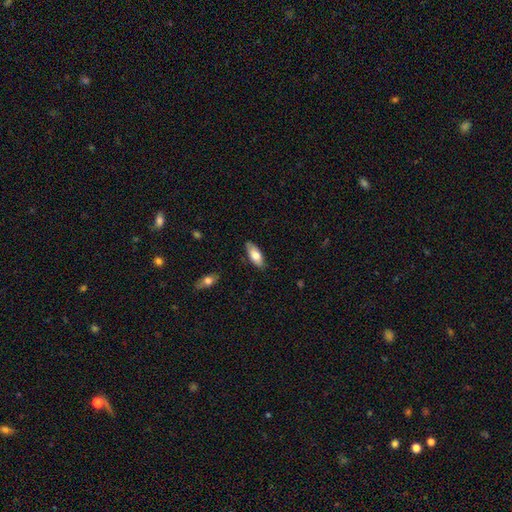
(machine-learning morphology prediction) The model was most divided on "smooth or featured": smooth: 75%, featured or disk: 19%, star or artifact: 6%. More confident: merging — none (82%); how rounded — in between (81%).